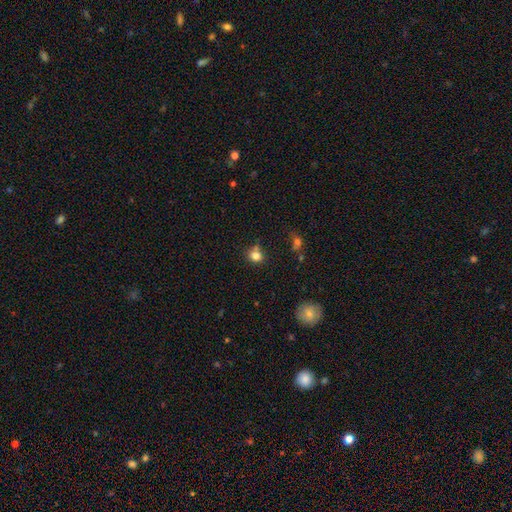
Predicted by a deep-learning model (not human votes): Smooth or featured? Predicted: smooth (p=0.80). How rounded? Predicted: round (p=0.77). Merging? Predicted: none (p=0.66).